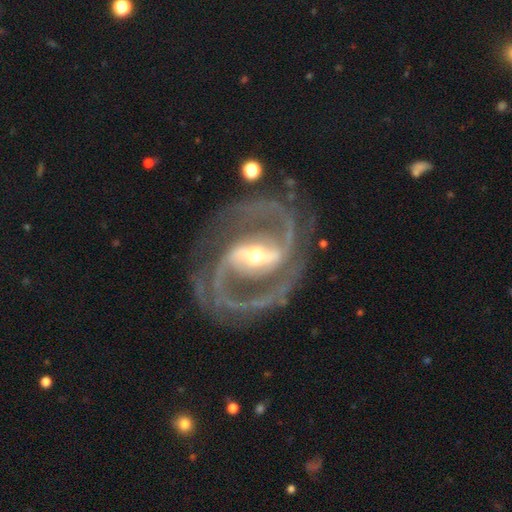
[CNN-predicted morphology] featured or disk 93%, star or artifact 4%, smooth 2%. Down the decision tree: edge-on disk — no (97%); bar — strong (65%); spiral arms — yes (98%); spiral arm count — 2 (90%); spiral winding — medium (63%); bulge size — small (49%); merging — none (78%).